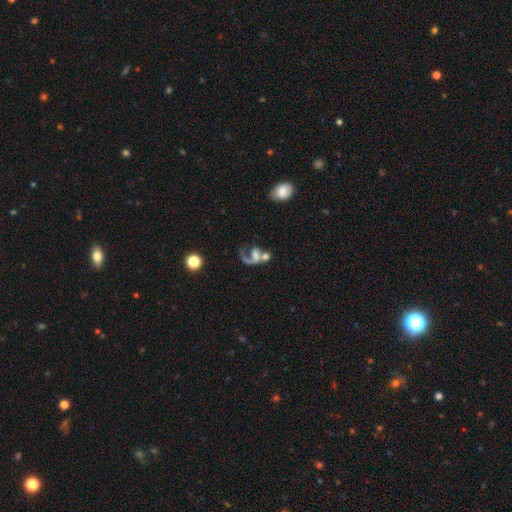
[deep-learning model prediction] Morphology: type=featured or disk (60%); edge-on=no (97%); bar=no (65%); spiral arms=yes (73%); bulge=none (30%); merging=merger (44%).